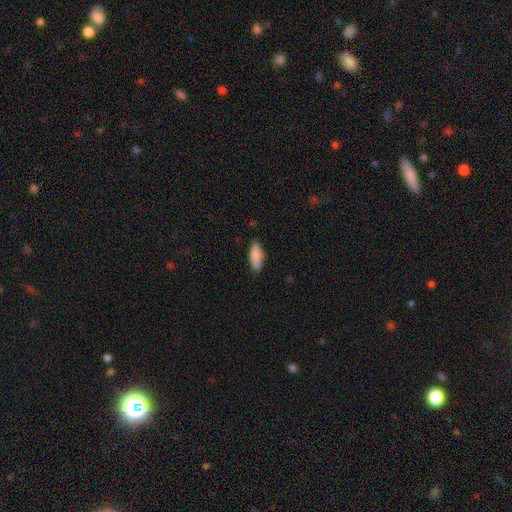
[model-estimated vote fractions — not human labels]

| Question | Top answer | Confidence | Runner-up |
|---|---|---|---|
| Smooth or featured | smooth | 86% | featured or disk (8%) |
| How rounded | in between | 59% | cigar-shaped (39%) |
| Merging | none | 81% | minor disturbance (15%) |